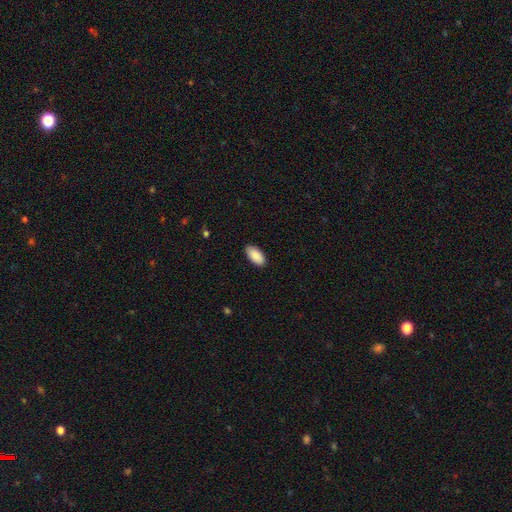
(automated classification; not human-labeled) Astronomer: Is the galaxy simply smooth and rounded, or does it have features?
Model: smooth — 90%.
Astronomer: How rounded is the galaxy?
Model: in between — 95%.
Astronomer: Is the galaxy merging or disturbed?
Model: none — 89%.